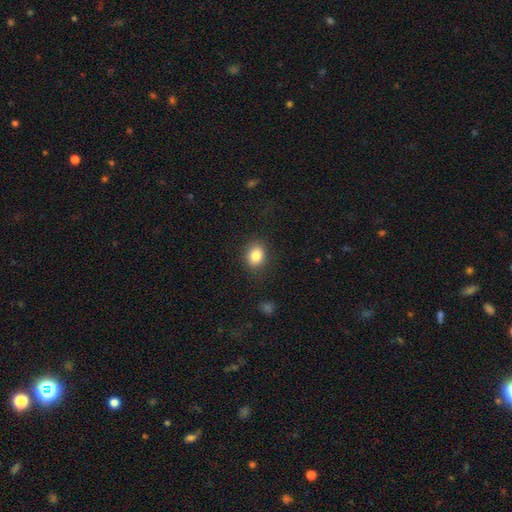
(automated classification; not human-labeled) A smooth galaxy with no disk features (83%) that is round (54%).

Vote fractions:
- Smooth or featured? smooth: 83% / star or artifact: 10% / featured or disk: 7%
- How rounded? round: 54% / in between: 45% / cigar-shaped: 1%
- Merging? none: 87% / minor disturbance: 9% / major disturbance: 3% / merger: 1%